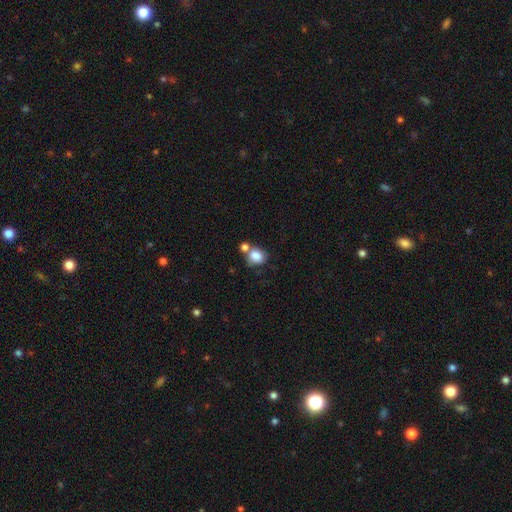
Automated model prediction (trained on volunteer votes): This is clearly a smooth galaxy (82%). How rounded: possibly round (56%). Merging: marginally none (43%).